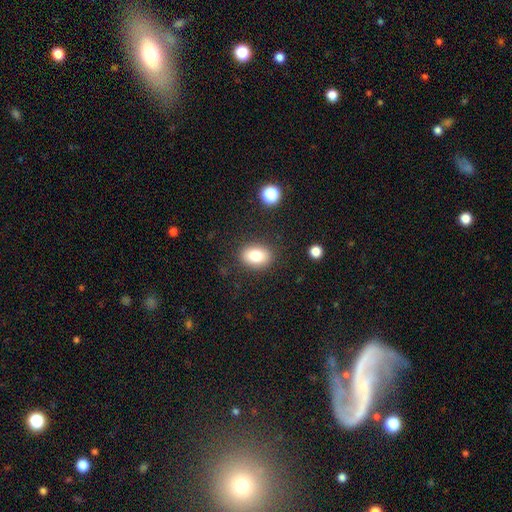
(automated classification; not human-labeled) smooth-or-featured: smooth: 79% | featured or disk: 11% | star or artifact: 10%
  how-rounded: in between: 69% | round: 30% | cigar-shaped: 1%
  merging: none: 86% | minor disturbance: 10% | major disturbance: 3% | merger: 1%